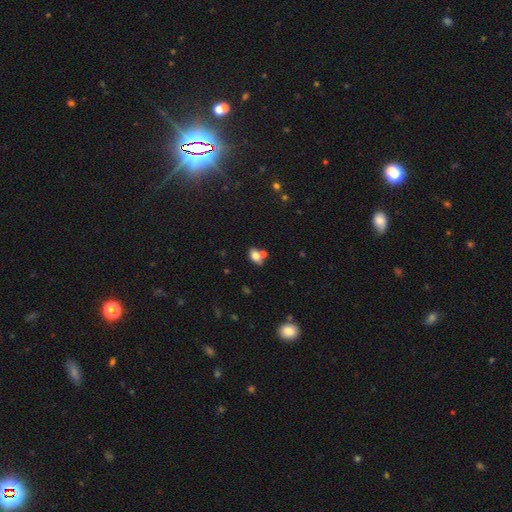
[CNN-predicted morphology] Smooth or featured?
  - smooth: 72% *
  - featured or disk: 17%
  - star or artifact: 11%
How rounded?
  - in between: 82% *
  - round: 14%
  - cigar-shaped: 4%
Merging?
  - none: 50% *
  - merger: 34%
  - minor disturbance: 12%
  - major disturbance: 4%